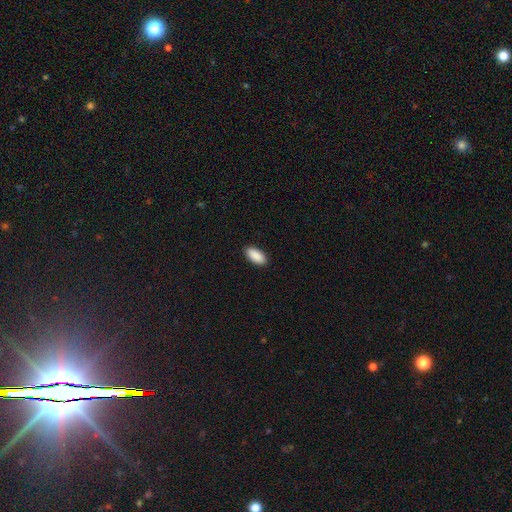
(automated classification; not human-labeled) A smooth galaxy with no disk features (91%) that is in between round and cigar-shaped (92%).

Vote fractions:
- Smooth or featured? smooth: 91% / star or artifact: 6% / featured or disk: 3%
- How rounded? in between: 92% / cigar-shaped: 6% / round: 2%
- Merging? none: 90% / minor disturbance: 7% / major disturbance: 2% / merger: 1%